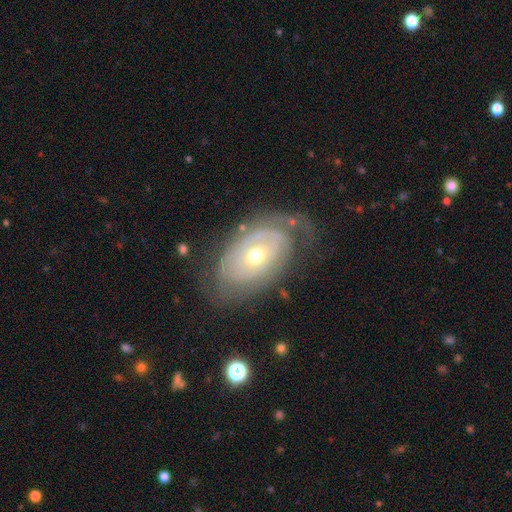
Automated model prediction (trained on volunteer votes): This appears to be a featured or disk galaxy (74%) with no bar (83%), spiral arms (67%) and a moderate central bulge (58%). Merging: none (62%).